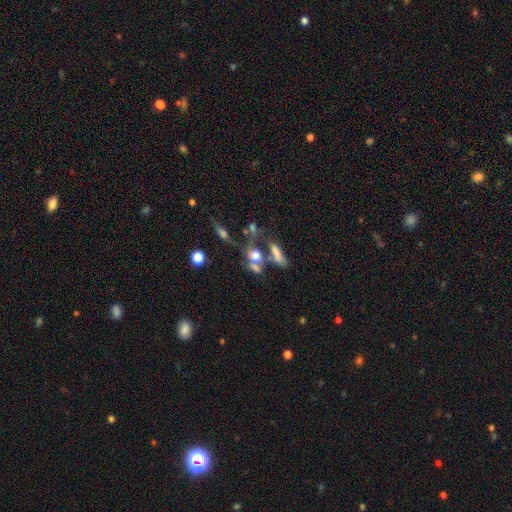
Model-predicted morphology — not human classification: Overall: smooth (55%; featured or disk 28%). How rounded: in between (53%; round 35%). Merging: merger (44%; none 28%).